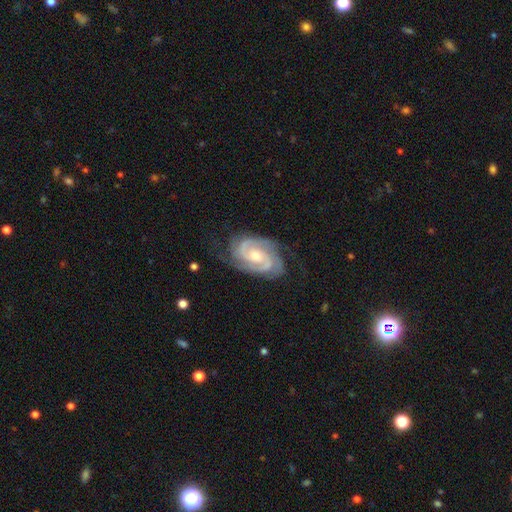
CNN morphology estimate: This is clearly a featured or disk galaxy (92%). It is clearly not viewed edge-on (98%). Bar: possibly no (54%). Spiral arm pattern: clearly yes (99%). Spiral arm count: likely 2 (64%). Spiral winding: likely tight (64%). Central bulge: possibly moderate (56%). Merging: likely none (77%).